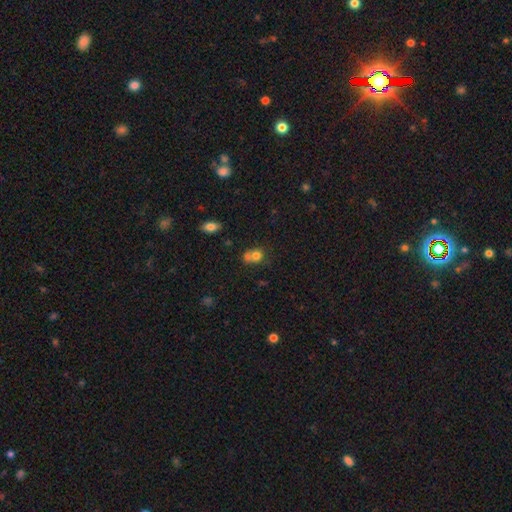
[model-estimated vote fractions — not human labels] Q: Smooth or featured?
A: smooth (75%); runner-up: featured or disk (13%)
Q: How rounded?
A: round (71%); runner-up: in between (28%)
Q: Merging?
A: merger (51%); runner-up: none (35%)